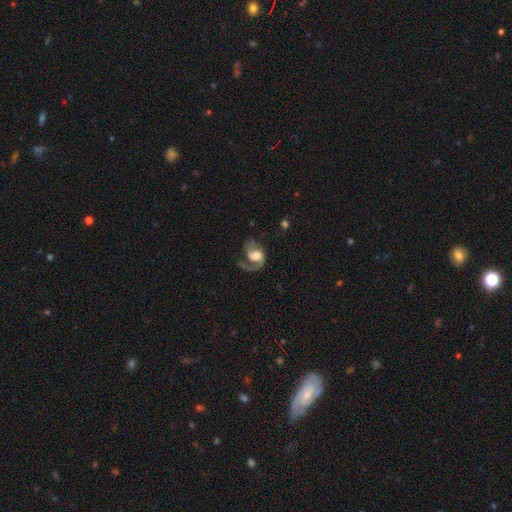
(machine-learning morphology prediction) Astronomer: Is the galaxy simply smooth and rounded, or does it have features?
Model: featured or disk — 77%.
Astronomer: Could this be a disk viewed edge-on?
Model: no — 98%.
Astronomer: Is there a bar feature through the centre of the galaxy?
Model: no — 56% (runner-up: weak, 34%).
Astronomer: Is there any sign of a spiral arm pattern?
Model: yes — 91%.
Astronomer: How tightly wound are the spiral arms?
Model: medium — 45% (runner-up: loose, 36%).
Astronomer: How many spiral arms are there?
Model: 1 — 53% (runner-up: 2, 40%).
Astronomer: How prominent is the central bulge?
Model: large — 45% (runner-up: moderate, 28%).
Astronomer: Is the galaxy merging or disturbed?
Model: none — 43% (runner-up: major disturbance, 36%).